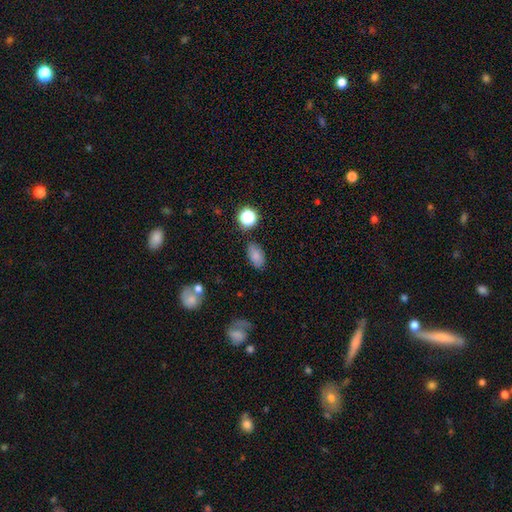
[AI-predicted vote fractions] smooth 80%, star or artifact 12%, featured or disk 9%. Down the decision tree: how rounded — in between (89%); merging — none (81%).